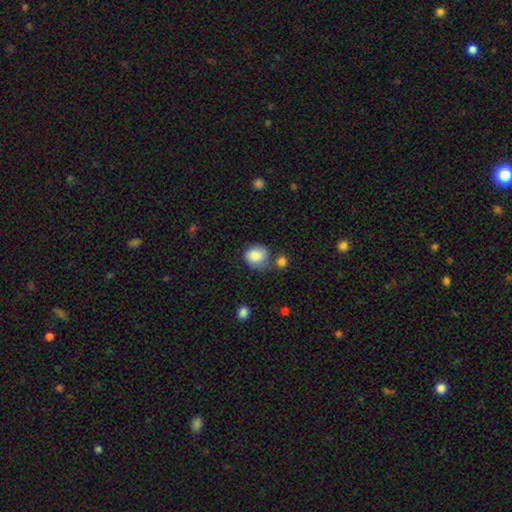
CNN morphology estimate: smooth 84%, featured or disk 9%, star or artifact 7%. Down the decision tree: how rounded — round (73%); merging — none (48%).